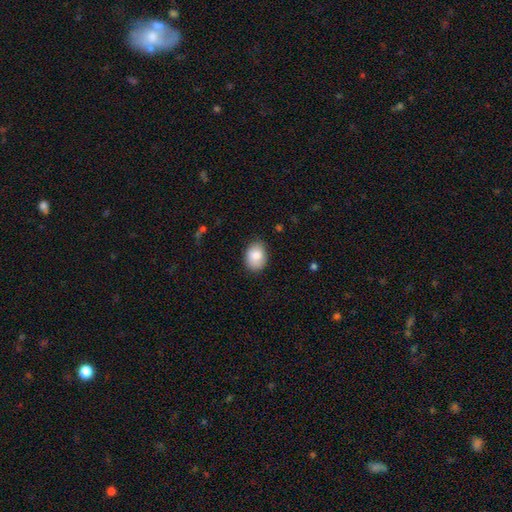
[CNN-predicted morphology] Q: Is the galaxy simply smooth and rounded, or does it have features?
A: smooth — 85%.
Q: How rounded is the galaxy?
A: in between — 69%.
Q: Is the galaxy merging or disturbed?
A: none — 80%.